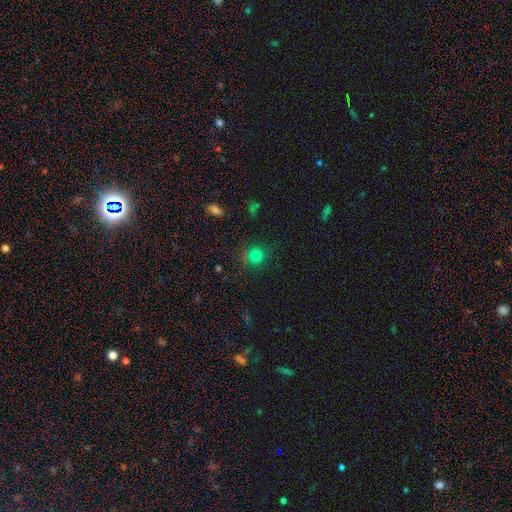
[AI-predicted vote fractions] Q: Smooth or featured?
A: smooth (75%); runner-up: star or artifact (19%)
Q: How rounded?
A: round (91%); runner-up: in between (8%)
Q: Merging?
A: none (80%); runner-up: minor disturbance (12%)